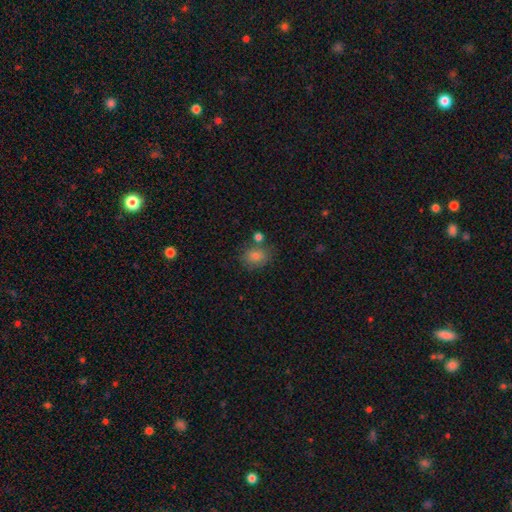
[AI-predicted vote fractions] Morphology: type=smooth (78%); roundness=round (57%); merging=none (72%).